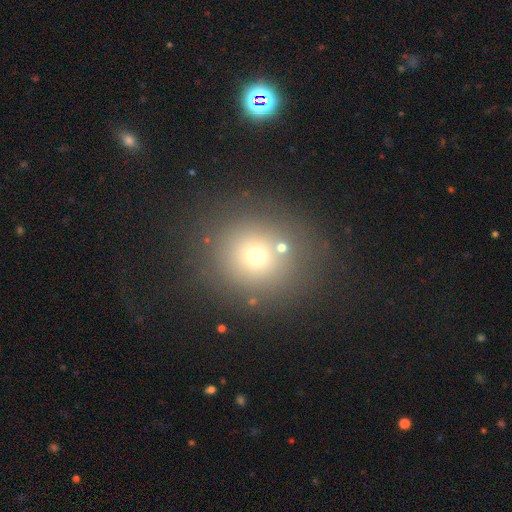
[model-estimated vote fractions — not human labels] A smooth galaxy with no disk features (66%) that is round (87%). Merging: none (78%).